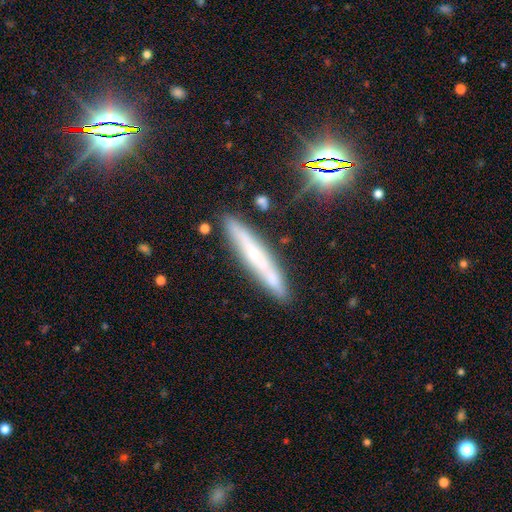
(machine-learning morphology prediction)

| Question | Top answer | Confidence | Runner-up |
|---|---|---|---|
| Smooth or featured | featured or disk | 43% | tied: smooth (43%) |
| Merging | none | 84% | minor disturbance (11%) |